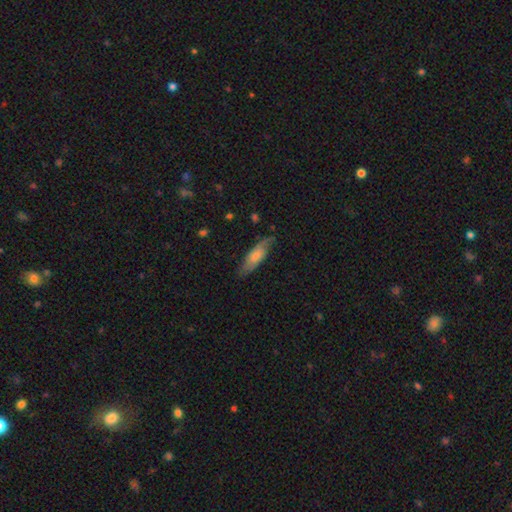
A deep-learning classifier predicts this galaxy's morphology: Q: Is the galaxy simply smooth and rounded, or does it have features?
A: smooth — 55%.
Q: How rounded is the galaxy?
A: in between — 55%.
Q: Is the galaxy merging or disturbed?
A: none — 71%.